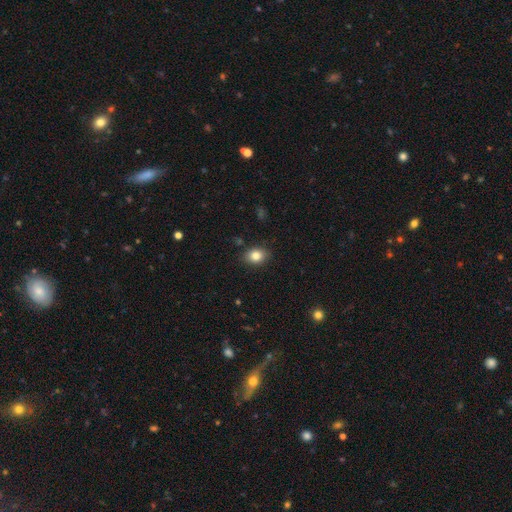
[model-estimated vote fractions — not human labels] A smooth galaxy with no disk features (83%) that is in between round and cigar-shaped (63%). Merging: none (86%).